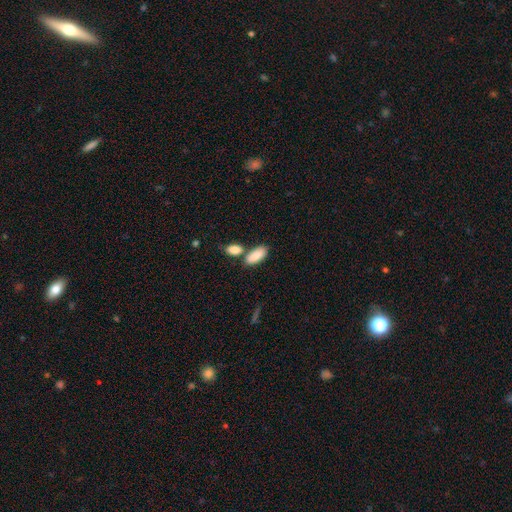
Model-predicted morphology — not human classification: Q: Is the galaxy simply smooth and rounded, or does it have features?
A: smooth — 85%.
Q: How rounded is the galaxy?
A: in between — 88%.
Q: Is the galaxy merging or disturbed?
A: none — 57%.